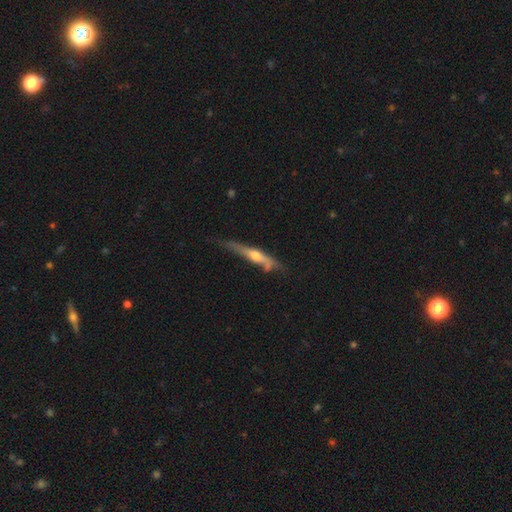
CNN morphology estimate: The model was most divided on "merging": none: 54%, minor disturbance: 29%, major disturbance: 11%, merger: 6%. More confident: edge-on disk — yes (87%); edge-on bulge — rounded (79%); smooth or featured — featured or disk (64%).